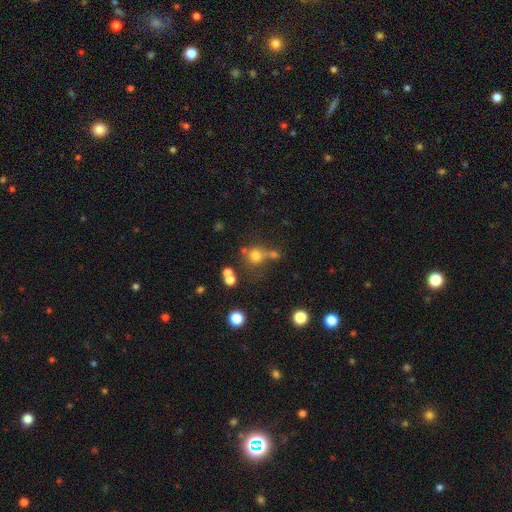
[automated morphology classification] This appears to be a smooth galaxy with no disk features (71%) that is round (88%). Merging: none (55%).